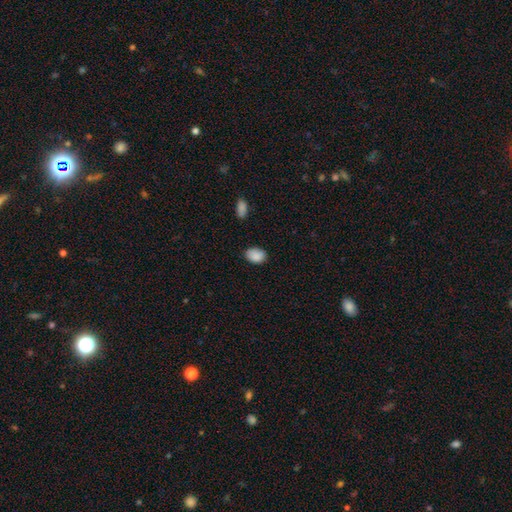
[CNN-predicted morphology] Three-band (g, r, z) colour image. It shows a smooth galaxy with no disk features (89%) that is in between round and cigar-shaped (82%). Merging: none (82%).